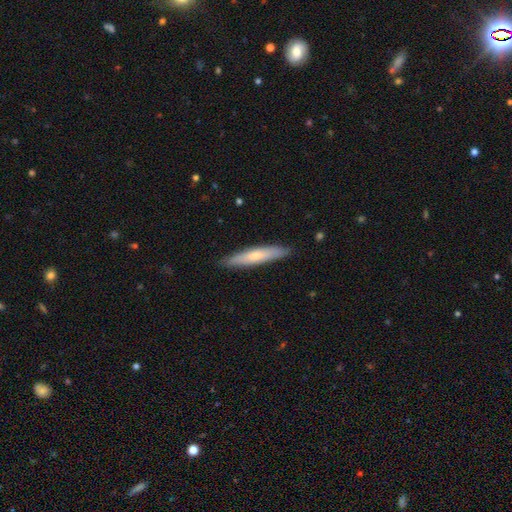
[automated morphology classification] smooth_or_featured: smooth (p=0.59) [alt: featured or disk p=0.36]
how_rounded: cigar-shaped (p=0.90) [alt: in between p=0.08]
merging: none (p=0.89) [alt: minor disturbance p=0.09]